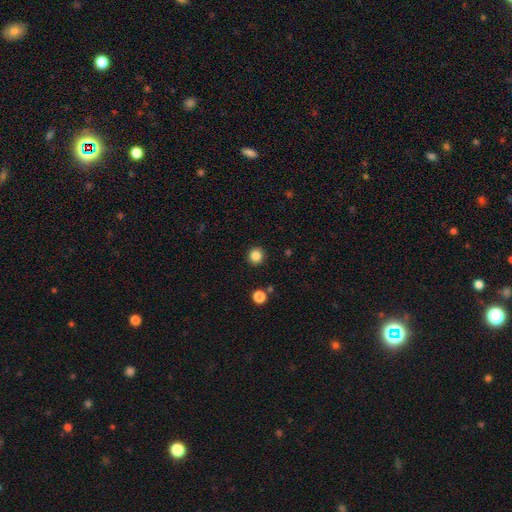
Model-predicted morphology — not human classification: This is clearly a smooth galaxy (85%). How rounded: clearly round (93%). Merging: clearly none (92%).